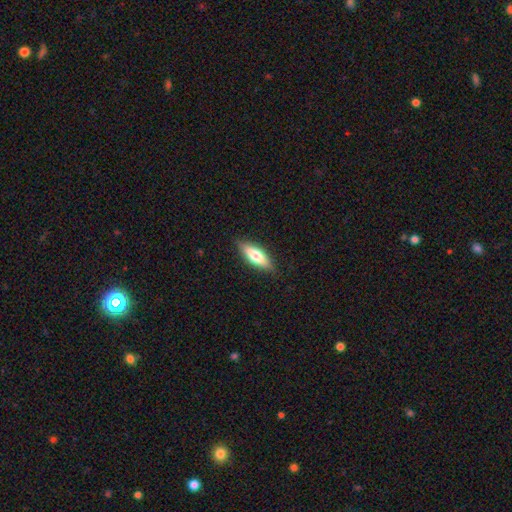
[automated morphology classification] A smooth galaxy with no disk features (63%) that is in between round and cigar-shaped (56%).

Vote fractions:
- Smooth or featured? smooth: 63% / featured or disk: 31% / star or artifact: 6%
- How rounded? in between: 56% / cigar-shaped: 42% / round: 2%
- Merging? none: 86% / minor disturbance: 10% / major disturbance: 2% / merger: 1%